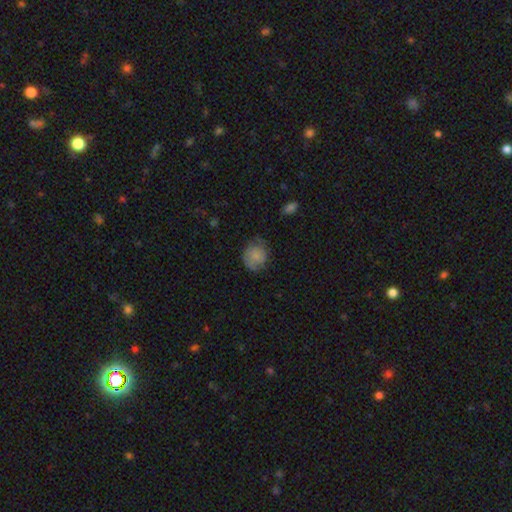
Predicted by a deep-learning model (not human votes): This appears to be a smooth galaxy with no disk features (78%) that is round (77%). Merging: none (63%).